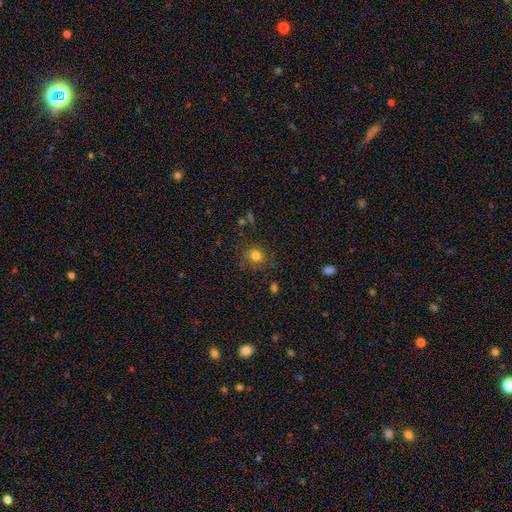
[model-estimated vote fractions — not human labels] Morphology: type=smooth (78%); roundness=round (85%); merging=none (80%).